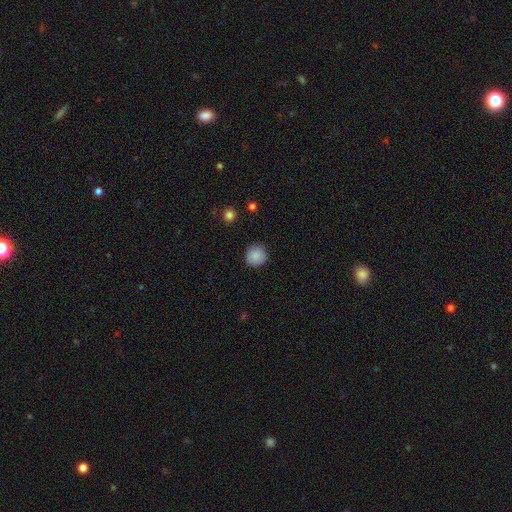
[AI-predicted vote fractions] A smooth galaxy with no disk features (88%) that is round (93%).

Vote fractions:
- Smooth or featured? smooth: 88% / star or artifact: 8% / featured or disk: 4%
- How rounded? round: 93% / in between: 6% / cigar-shaped: 1%
- Merging? none: 89% / minor disturbance: 8% / major disturbance: 2% / merger: 1%